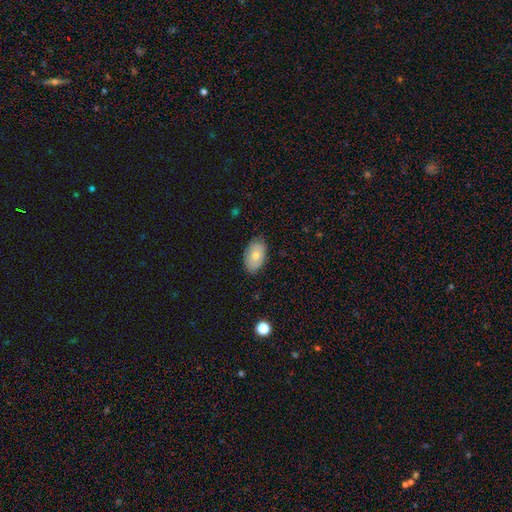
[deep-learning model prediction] Smooth or featured? smooth (70%)
How rounded? in between (91%)
Merging? none (81%)